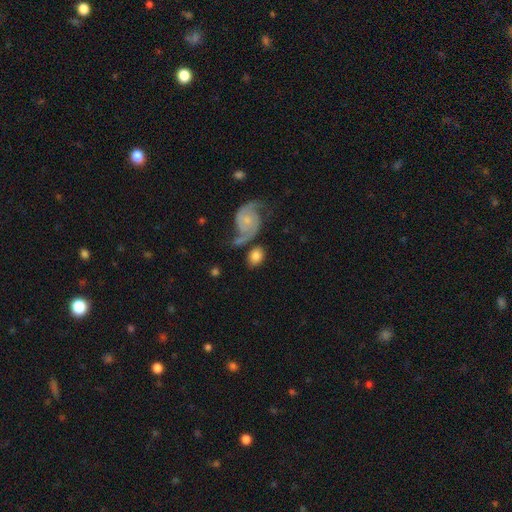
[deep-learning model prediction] A smooth galaxy with no disk features (65%) that is in between round and cigar-shaped (64%).

Vote fractions:
- Smooth or featured? smooth: 65% / featured or disk: 28% / star or artifact: 7%
- How rounded? in between: 64% / round: 34% / cigar-shaped: 2%
- Merging? none: 56% / merger: 21% / minor disturbance: 15% / major disturbance: 7%